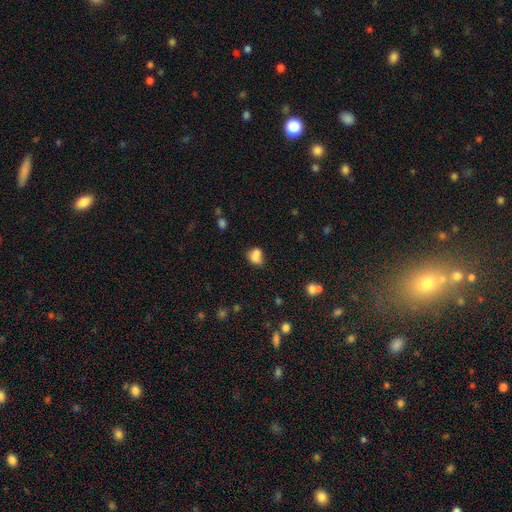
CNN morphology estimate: Smooth or featured? Predicted: smooth (p=0.76). How rounded? Predicted: in between (p=0.56). Merging? Predicted: merger (p=0.40).